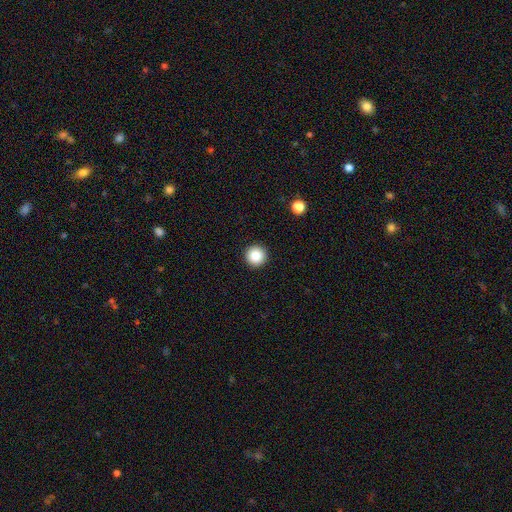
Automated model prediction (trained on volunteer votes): Overall: smooth (86%). How rounded: round (97%). Merging: none (94%).